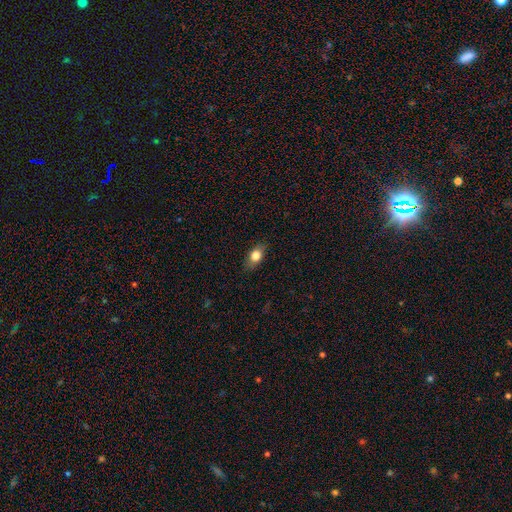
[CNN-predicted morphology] A smooth galaxy with no disk features (76%) that is in between round and cigar-shaped (76%).

Vote fractions:
- Smooth or featured? smooth: 76% / featured or disk: 15% / star or artifact: 9%
- How rounded? in between: 76% / round: 17% / cigar-shaped: 6%
- Merging? none: 82% / minor disturbance: 14% / major disturbance: 3% / merger: 1%